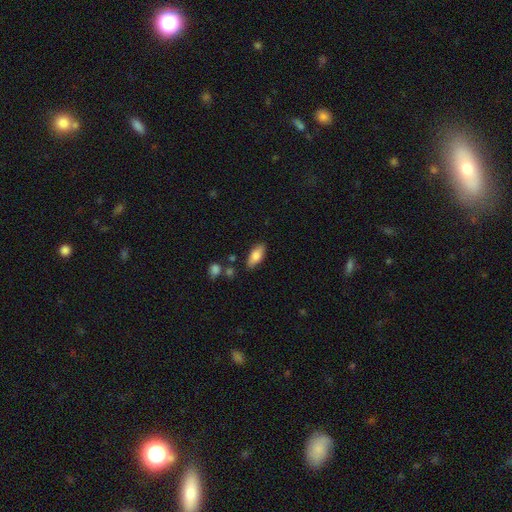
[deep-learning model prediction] smooth 77%, featured or disk 16%, star or artifact 7%. Down the decision tree: how rounded — in between (82%); merging — none (82%).